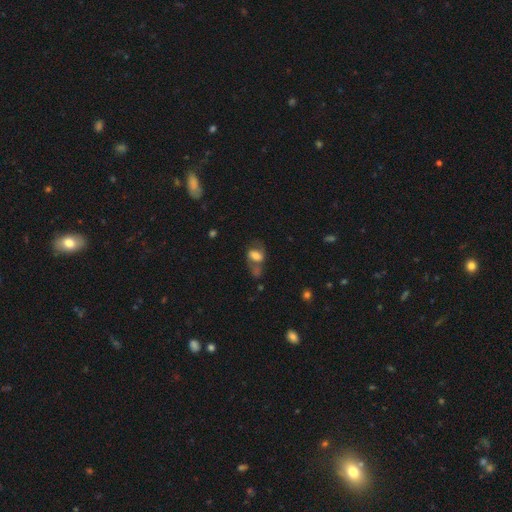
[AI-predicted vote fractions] Smooth or featured: smooth — 55% (featured or disk — 34%)
How rounded: in between — 78% (round — 20%)
Merging: none — 34% (merger — 28%)